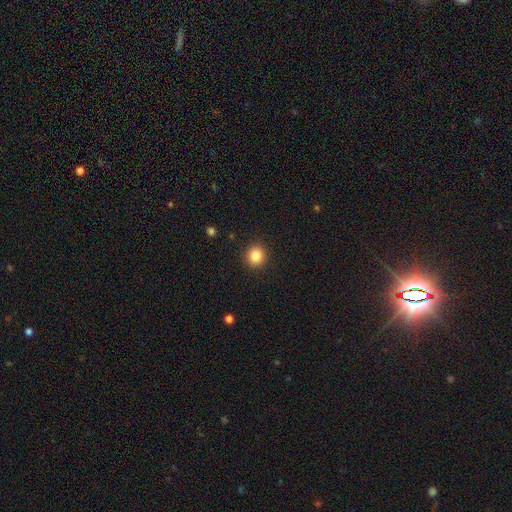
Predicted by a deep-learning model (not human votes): Q: Smooth or featured?
A: smooth (84%); runner-up: star or artifact (11%)
Q: How rounded?
A: round (88%); runner-up: in between (11%)
Q: Merging?
A: none (91%); runner-up: minor disturbance (6%)